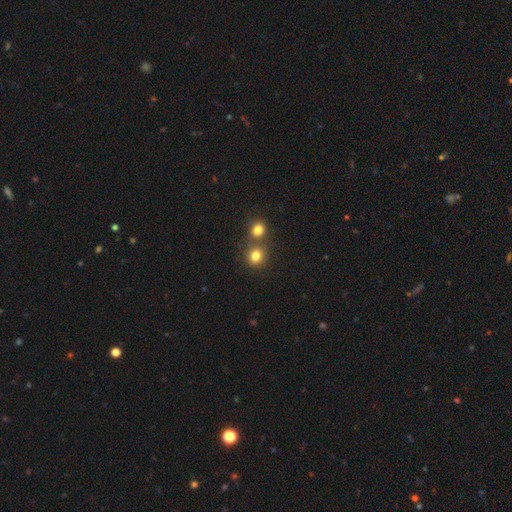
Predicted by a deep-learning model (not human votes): Morphology: type=smooth (81%); roundness=round (77%); merging=none (54%).